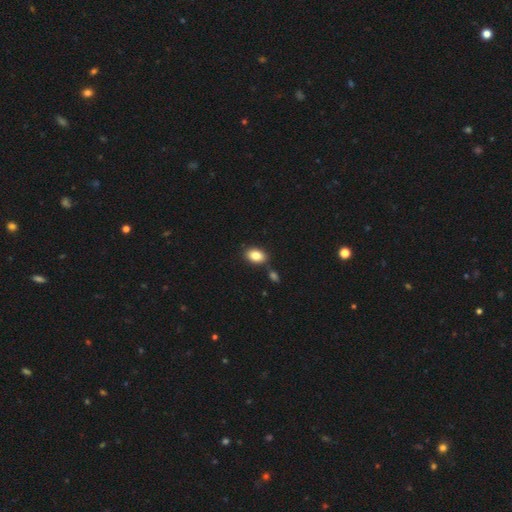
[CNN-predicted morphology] smooth 84%, star or artifact 8%, featured or disk 8%. Down the decision tree: how rounded — in between (84%); merging — none (78%).